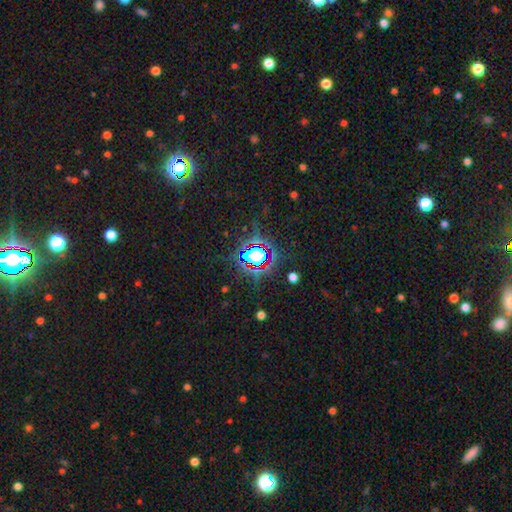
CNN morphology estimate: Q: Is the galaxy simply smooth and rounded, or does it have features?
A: star or artifact — 72%.